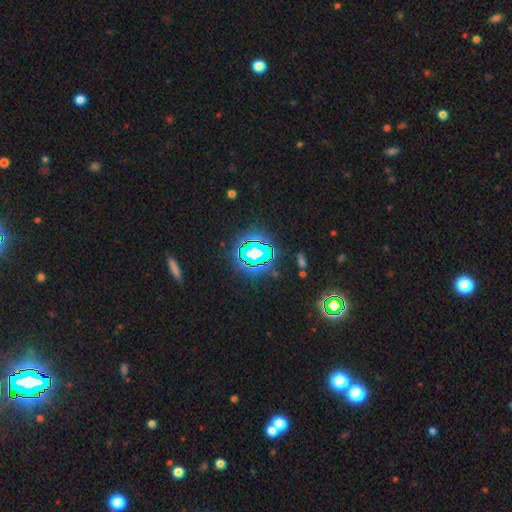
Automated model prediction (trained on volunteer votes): Morphology: type=star or artifact (74%).